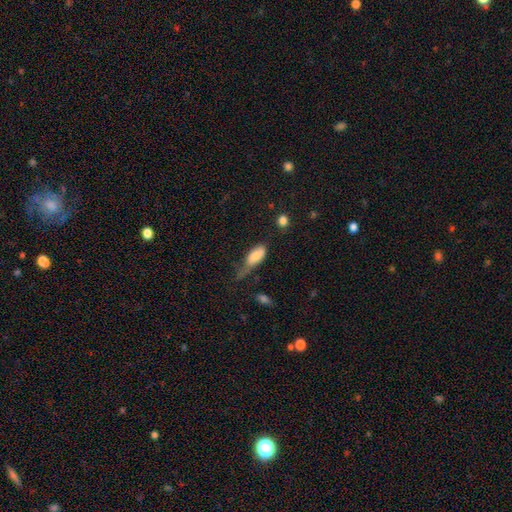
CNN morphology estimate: This appears to be a smooth galaxy with no disk features (77%) that is in between round and cigar-shaped (86%). Merging: major disturbance (36%).